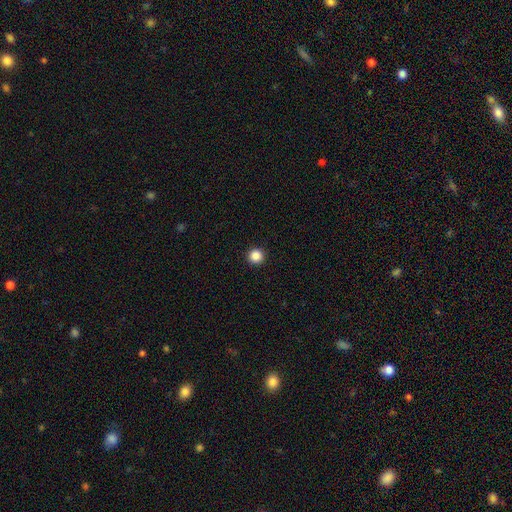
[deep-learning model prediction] Smooth or featured: smooth — 87% (star or artifact — 10%)
How rounded: round — 96% (in between — 3%)
Merging: none — 94% (minor disturbance — 4%)